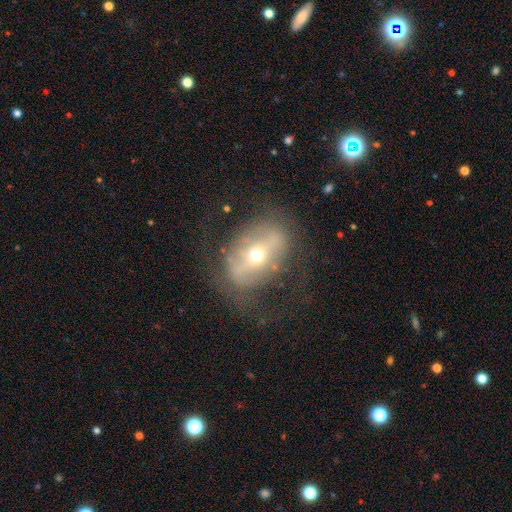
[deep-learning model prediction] Morphology: type=featured or disk (59%); edge-on=no (86%); bar=strong (41%); spiral arms=no (75%); bulge=moderate (57%); merging=none (65%).